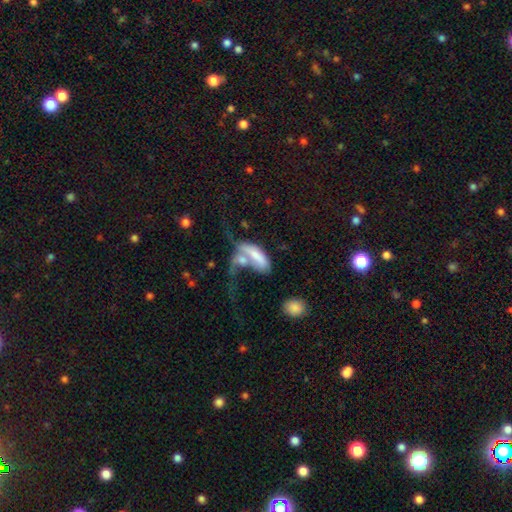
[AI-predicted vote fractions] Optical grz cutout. It shows a smooth galaxy with no disk features (61%) that is in between round and cigar-shaped (69%). Merging: merger (62%).